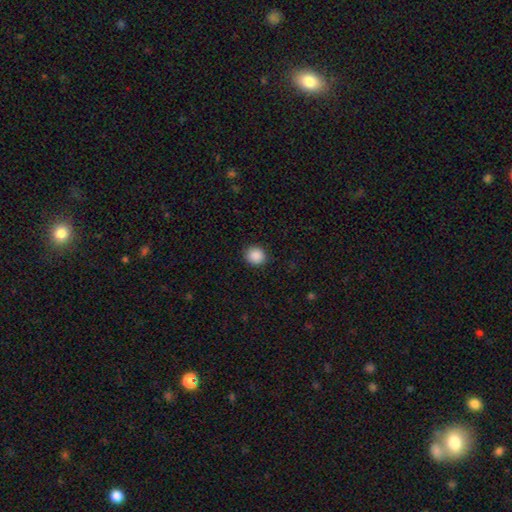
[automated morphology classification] A smooth galaxy with no disk features (88%) that is round (88%). Merging: none (91%).